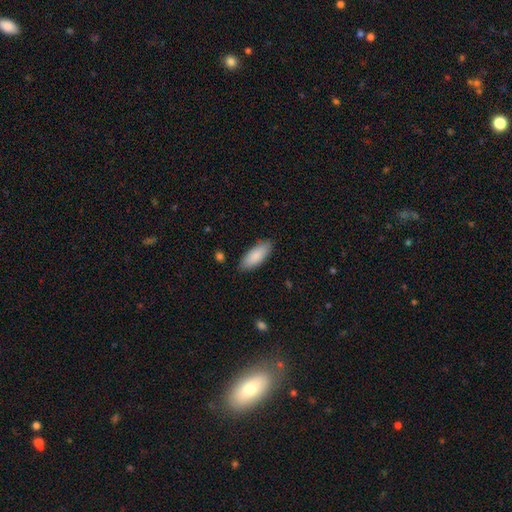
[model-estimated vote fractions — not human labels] Morphology: type=smooth (88%); roundness=in between (78%); merging=none (85%).